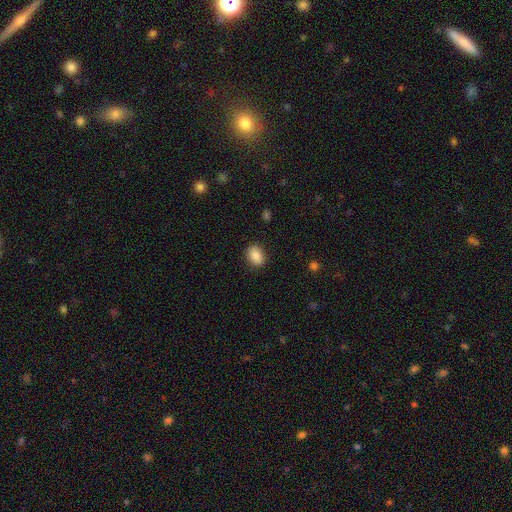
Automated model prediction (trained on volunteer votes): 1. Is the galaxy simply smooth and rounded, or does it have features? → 87% smooth, 8% star or artifact, 5% featured or disk.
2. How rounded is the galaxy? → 73% in between, 25% round, 1% cigar-shaped.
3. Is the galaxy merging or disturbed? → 88% none, 9% minor disturbance, 2% major disturbance, 1% merger.